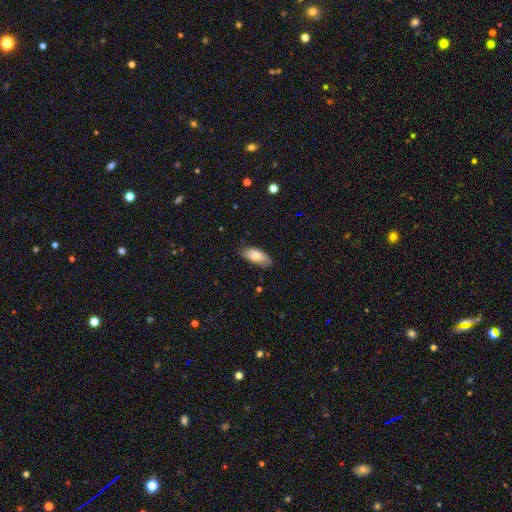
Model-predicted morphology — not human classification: Smooth or featured? Predicted: smooth (p=0.79). How rounded? Predicted: in between (p=0.85). Merging? Predicted: none (p=0.77).